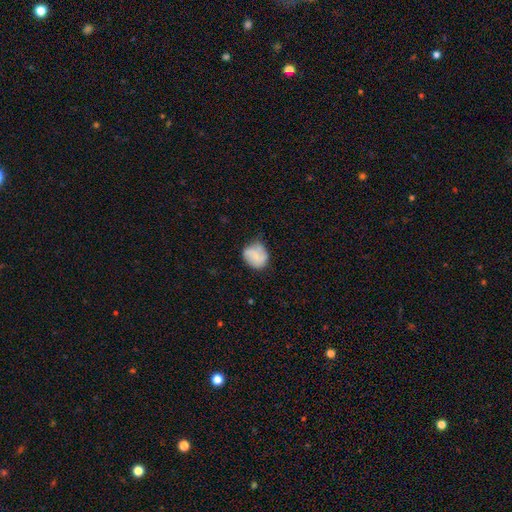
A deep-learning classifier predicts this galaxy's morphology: smooth-or-featured: smooth: 70% | featured or disk: 22% | star or artifact: 8%
  how-rounded: round: 63% | in between: 36% | cigar-shaped: 1%
  merging: none: 53% | minor disturbance: 35% | major disturbance: 9% | merger: 3%